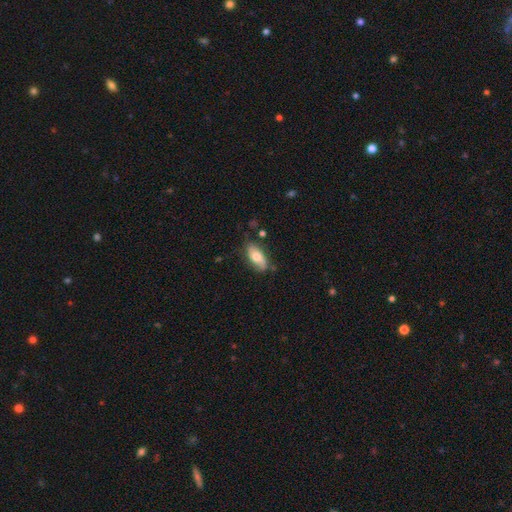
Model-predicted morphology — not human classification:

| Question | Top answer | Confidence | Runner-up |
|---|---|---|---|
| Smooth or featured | smooth | 63% | featured or disk (31%) |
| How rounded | in between | 86% | cigar-shaped (11%) |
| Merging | none | 71% | minor disturbance (22%) |